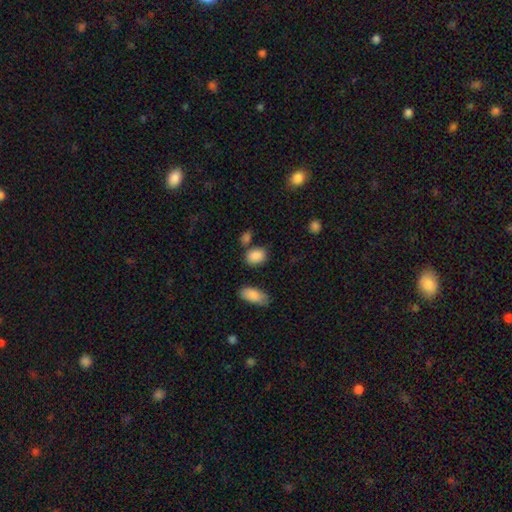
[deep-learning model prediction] The model was most divided on "how rounded": in between: 71%, round: 27%, cigar-shaped: 2%. More confident: smooth or featured — smooth (87%); merging — none (70%).